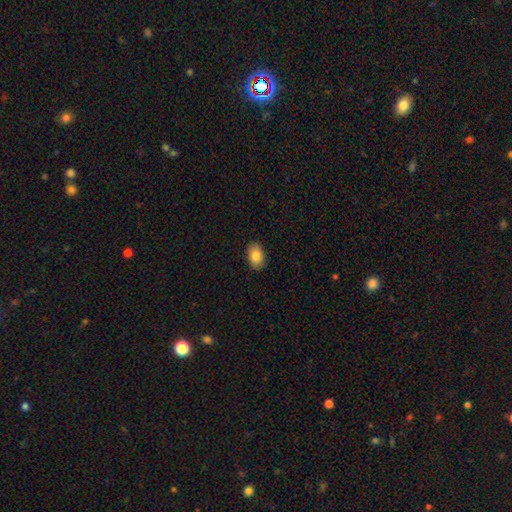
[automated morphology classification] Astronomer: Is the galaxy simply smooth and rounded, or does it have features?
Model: smooth — 83%.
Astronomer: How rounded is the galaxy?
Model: in between — 89%.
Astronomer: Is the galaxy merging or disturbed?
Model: none — 90%.